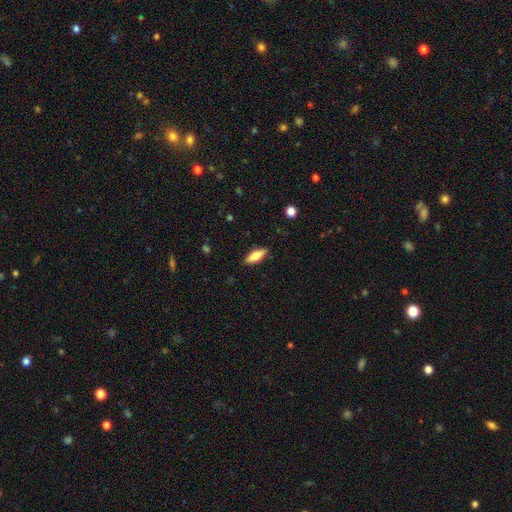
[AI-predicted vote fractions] The model was most divided on "how rounded": in between: 58%, cigar-shaped: 40%, round: 2%. More confident: merging — none (87%); smooth or featured — smooth (73%).